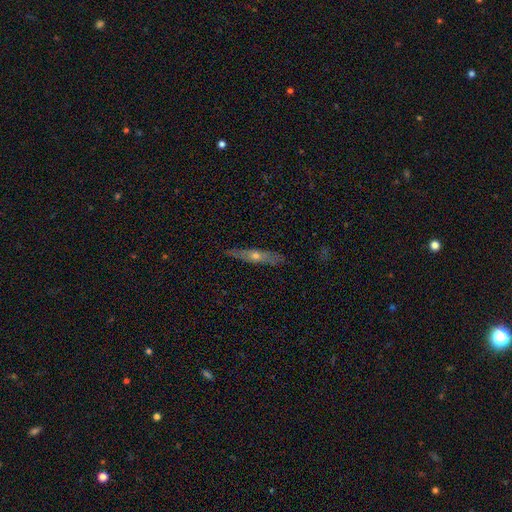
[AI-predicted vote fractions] smooth_or_featured: featured or disk (p=0.59) [alt: smooth p=0.34]
disk_edge_on: yes (p=0.82) [alt: no p=0.18]
merging: none (p=0.85) [alt: minor disturbance p=0.12]